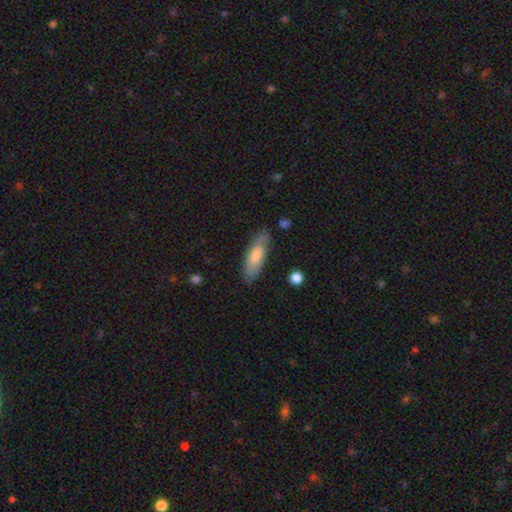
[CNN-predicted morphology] type=smooth (65%); roundness=in between (58%); merging=none (72%).